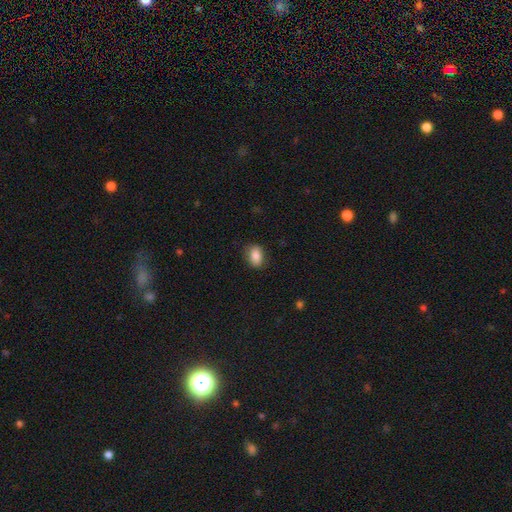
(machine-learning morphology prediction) Q: Smooth or featured?
A: smooth (85%); runner-up: star or artifact (8%)
Q: How rounded?
A: in between (79%); runner-up: round (19%)
Q: Merging?
A: none (83%); runner-up: minor disturbance (13%)